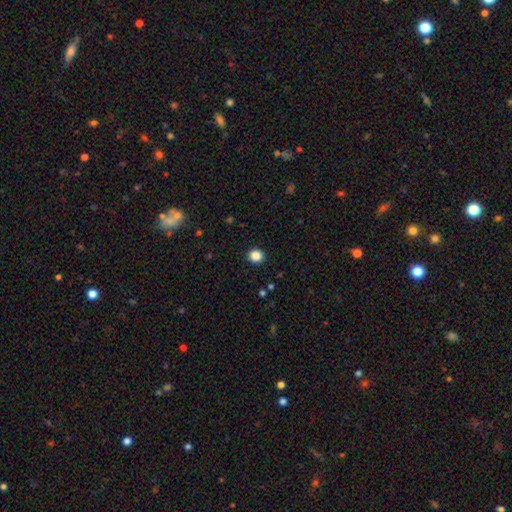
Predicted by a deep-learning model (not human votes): smooth 86%, star or artifact 11%, featured or disk 3%. Down the decision tree: how rounded — round (85%); merging — none (92%).